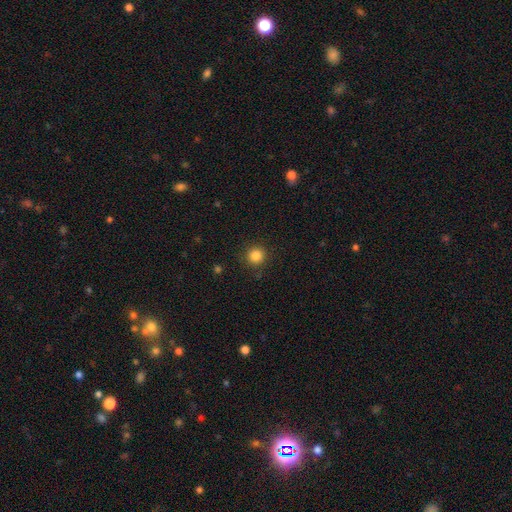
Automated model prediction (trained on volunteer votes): Overall: smooth (85%). How rounded: round (94%). Merging: none (89%).